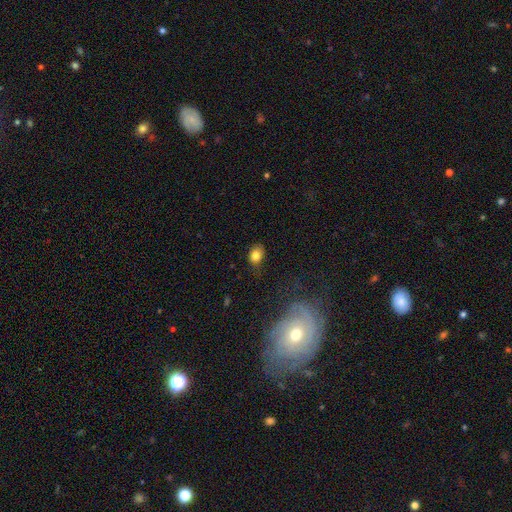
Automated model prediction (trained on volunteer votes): Morphology: type=smooth (80%); roundness=in between (65%); merging=none (68%).